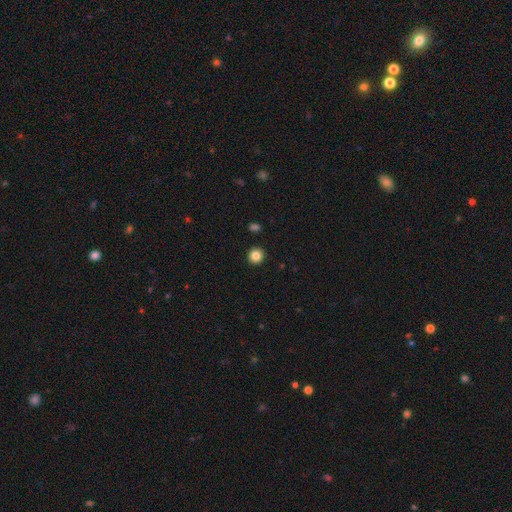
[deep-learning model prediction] Overall: smooth (85%). How rounded: round (94%). Merging: none (93%).